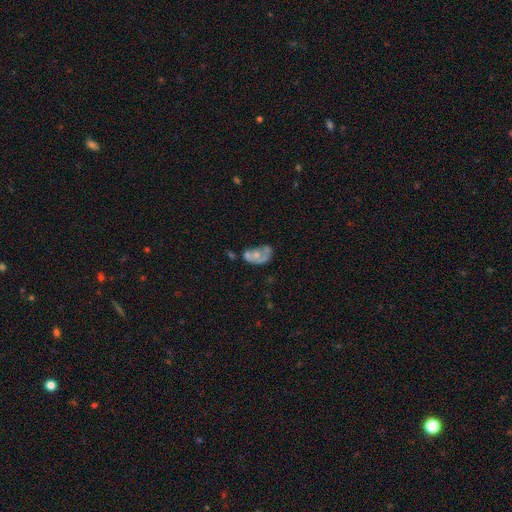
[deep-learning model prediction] The model was most divided on "merging": major disturbance: 30%, merger: 26%, none: 25%, minor disturbance: 20%. Remaining: smooth or featured — featured or disk (49%).